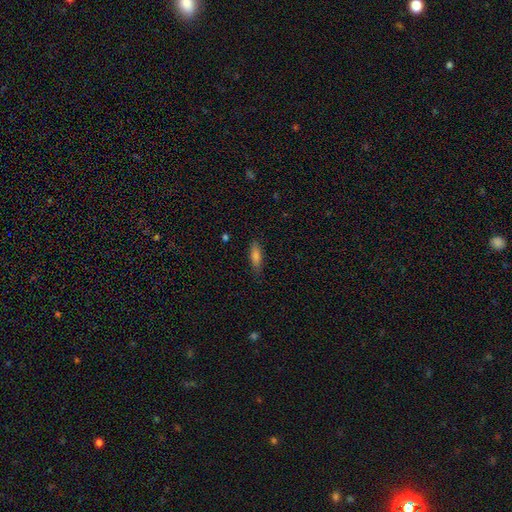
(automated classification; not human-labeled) Smooth or featured? smooth (74%)
How rounded? cigar-shaped (53%)
Merging? none (83%)